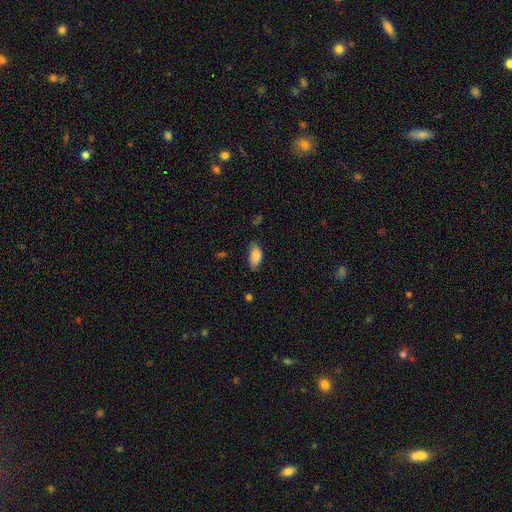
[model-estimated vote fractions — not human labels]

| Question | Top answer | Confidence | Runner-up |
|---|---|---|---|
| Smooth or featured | smooth | 85% | featured or disk (7%) |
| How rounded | in between | 93% | round (4%) |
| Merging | none | 64% | minor disturbance (28%) |